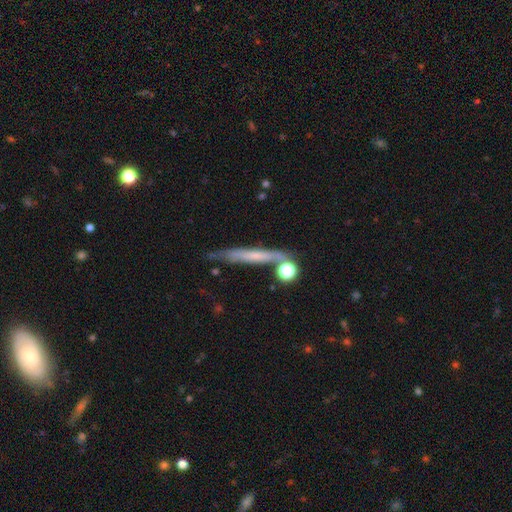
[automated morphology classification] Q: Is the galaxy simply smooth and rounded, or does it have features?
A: featured or disk — 49%.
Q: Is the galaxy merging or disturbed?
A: none — 67%.